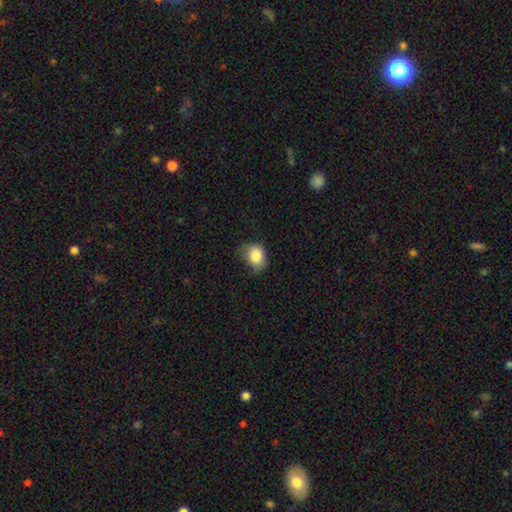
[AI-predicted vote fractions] smooth 84%, star or artifact 9%, featured or disk 7%. Down the decision tree: how rounded — round (56%); merging — none (54%).